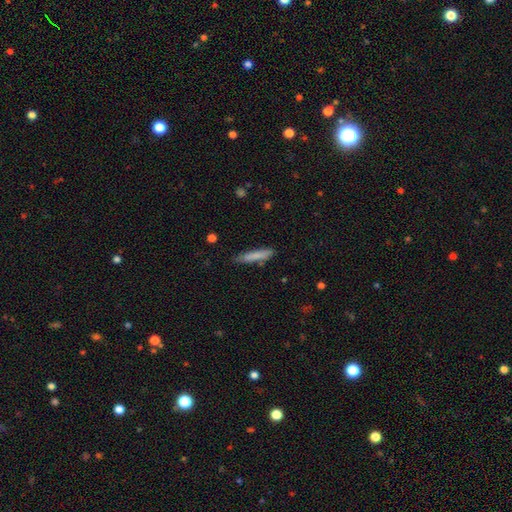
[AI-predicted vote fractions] This is likely a smooth galaxy (78%). How rounded: clearly cigar-shaped (89%). Merging: likely none (76%).